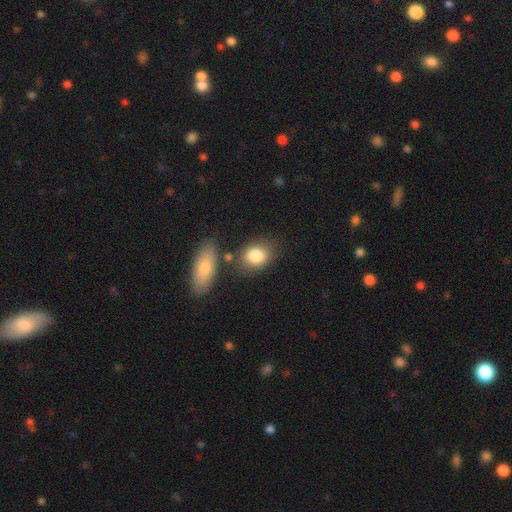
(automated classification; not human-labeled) The model was most divided on "how rounded": in between: 64%, round: 34%, cigar-shaped: 2%. More confident: smooth or featured — smooth (84%); merging — none (65%).